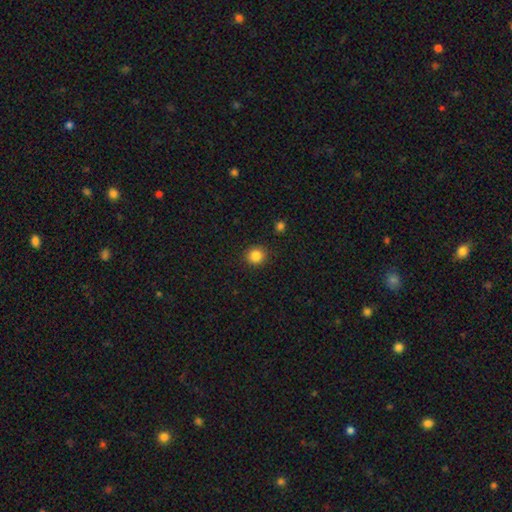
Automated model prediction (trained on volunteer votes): This is clearly a smooth galaxy (85%). How rounded: clearly round (89%). Merging: clearly none (91%).